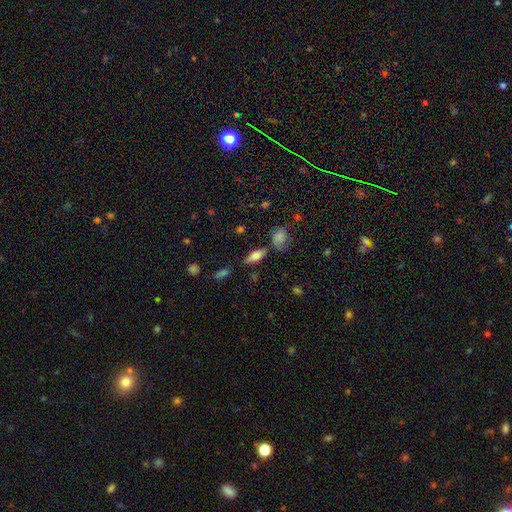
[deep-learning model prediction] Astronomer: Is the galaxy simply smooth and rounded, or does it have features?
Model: smooth — 68%.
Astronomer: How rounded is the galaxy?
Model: in between — 70%.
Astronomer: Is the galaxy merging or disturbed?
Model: none — 73%.